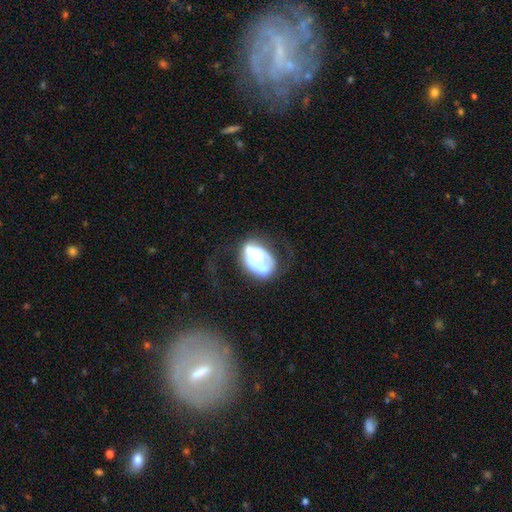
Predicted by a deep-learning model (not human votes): A featured or disk galaxy (61%) with no bar (87%), no spiral arms (70%) and a moderate central bulge (48%). Merging: major disturbance (35%).